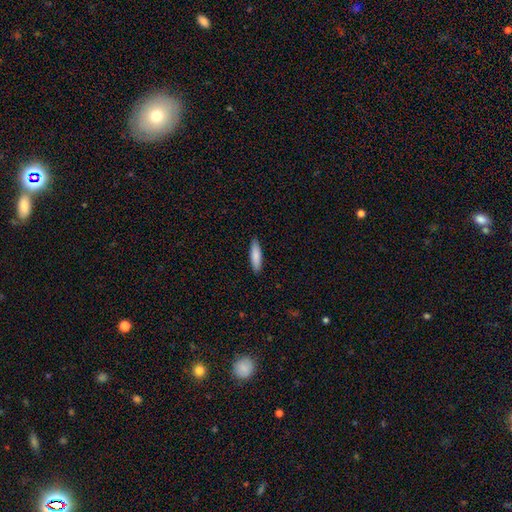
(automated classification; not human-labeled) A smooth galaxy with no disk features (86%) that is cigar-shaped (65%). Merging: none (89%).